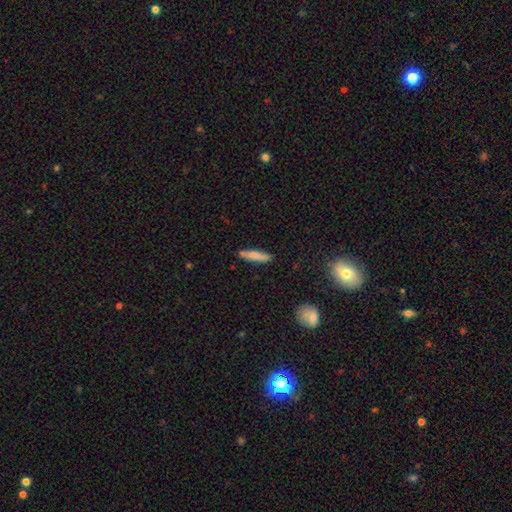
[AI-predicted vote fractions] smooth 79%, featured or disk 13%, star or artifact 7%. Down the decision tree: how rounded — cigar-shaped (77%); merging — none (73%).